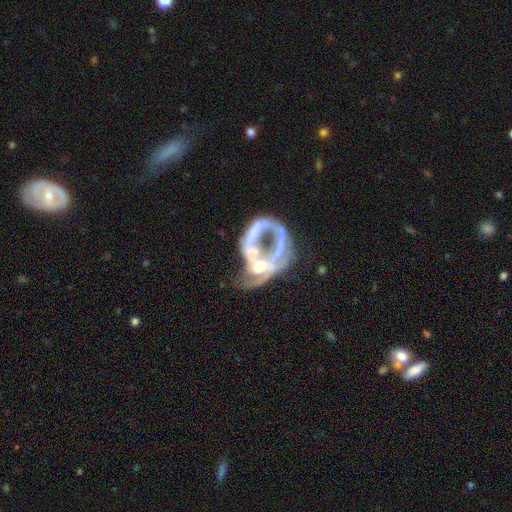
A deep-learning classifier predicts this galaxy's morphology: A featured or disk galaxy (73%) with no bar (79%), no spiral arms (67%) and a moderate central bulge (42%).

Vote fractions:
- Smooth or featured? featured or disk: 73% / smooth: 15% / star or artifact: 12%
- Edge-on disk? no: 96% / yes: 4%
- Bar? no: 79% / weak: 14% / strong: 7%
- Spiral arms? no: 67% / yes: 33%
- Bulge size? moderate: 42% / none: 25% / small: 25% / large: 6% / dominant: 2%
- Merging? merger: 52% / major disturbance: 30% / none: 12% / minor disturbance: 7%